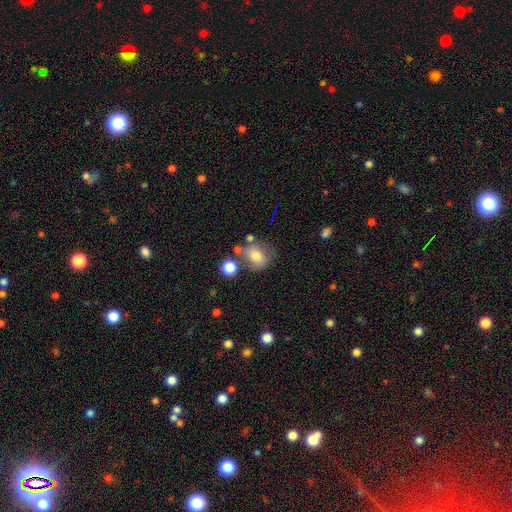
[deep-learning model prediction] A smooth galaxy with no disk features (70%) that is round (64%). Merging: none (56%).